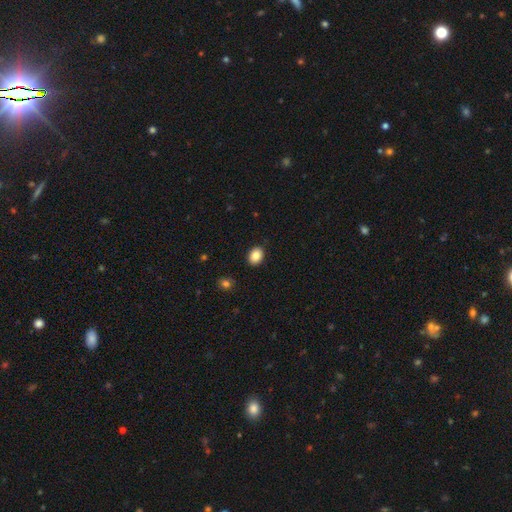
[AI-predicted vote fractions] smooth 88%, star or artifact 8%, featured or disk 4%. Down the decision tree: how rounded — in between (69%); merging — none (90%).